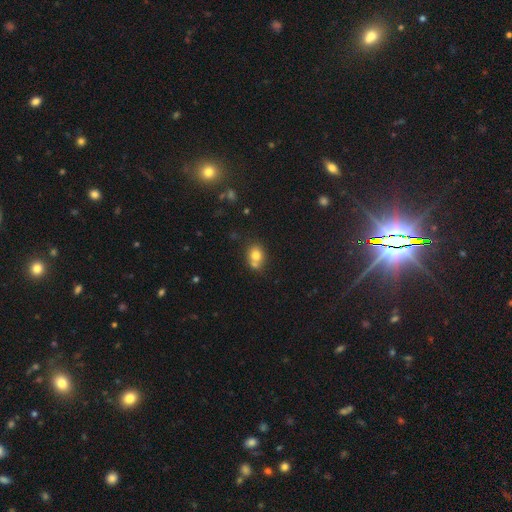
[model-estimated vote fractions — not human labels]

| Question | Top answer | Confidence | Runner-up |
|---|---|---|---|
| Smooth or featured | smooth | 76% | featured or disk (12%) |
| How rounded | round | 64% | in between (35%) |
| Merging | none | 48% | merger (36%) |